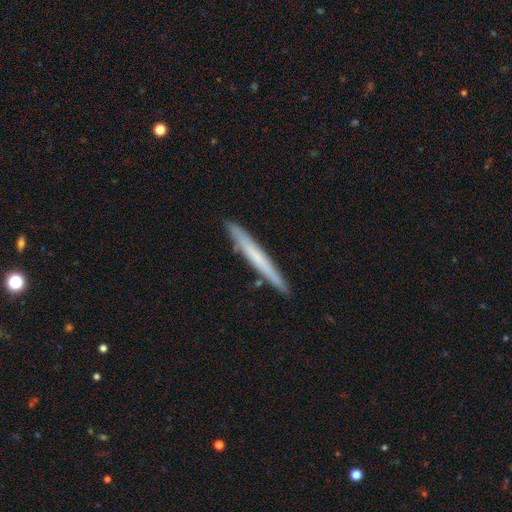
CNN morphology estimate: The model was most divided on "smooth or featured": smooth: 55%, featured or disk: 40%, star or artifact: 5%. More confident: how rounded — cigar-shaped (97%); merging — none (89%).